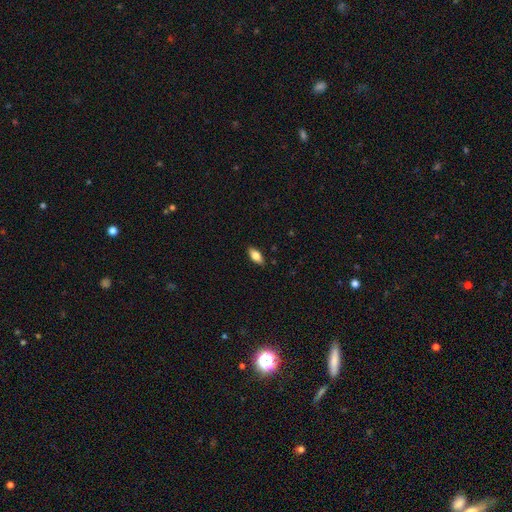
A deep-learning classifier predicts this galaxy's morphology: Smooth or featured? smooth (75%)
How rounded? in between (85%)
Merging? none (88%)